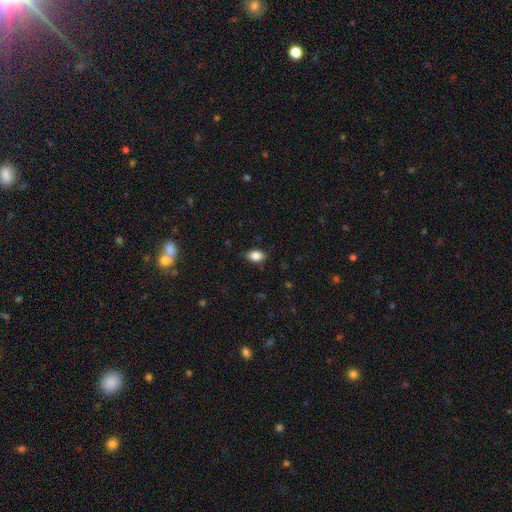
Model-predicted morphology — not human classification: This appears to be a smooth galaxy with no disk features (85%) that is in between round and cigar-shaped (84%). Merging: none (80%).